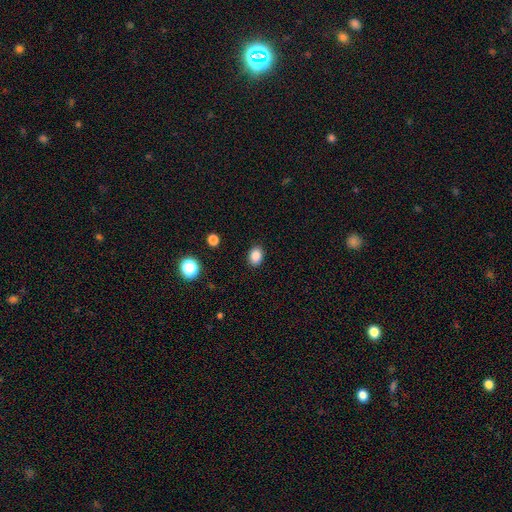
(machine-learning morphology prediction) A smooth galaxy with no disk features (86%) that is in between round and cigar-shaped (69%). Merging: none (88%).